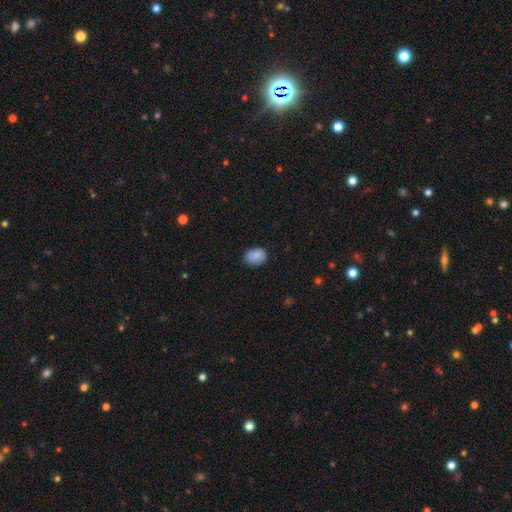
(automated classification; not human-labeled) Overall: smooth (87%). How rounded: in between (69%; round 30%). Merging: none (78%).